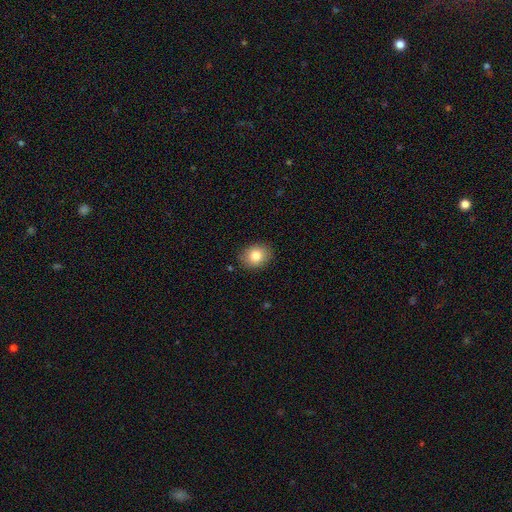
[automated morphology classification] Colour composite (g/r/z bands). It shows a smooth galaxy with no disk features (81%) that is in between round and cigar-shaped (52%). Merging: none (88%).